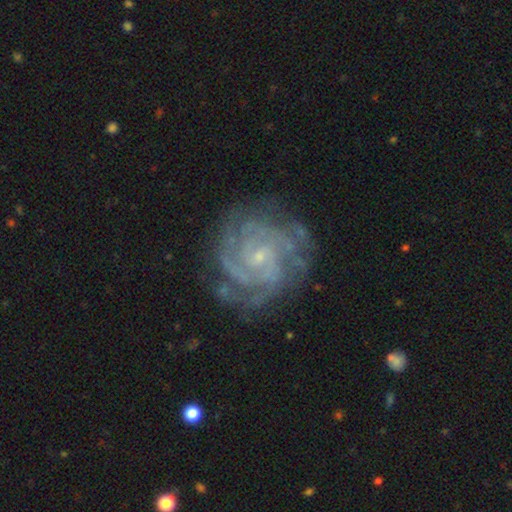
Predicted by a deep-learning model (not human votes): Smooth or featured? Predicted: featured or disk (p=0.89). Edge-on disk? Predicted: no (p=0.98). Bar? Predicted: no (p=0.62). Spiral arms? Predicted: yes (p=0.98). Spiral winding? Predicted: tight (p=0.74). Spiral arm count? Predicted: 3 (p=0.22). Bulge size? Predicted: small (p=0.81). Merging? Predicted: none (p=0.77).